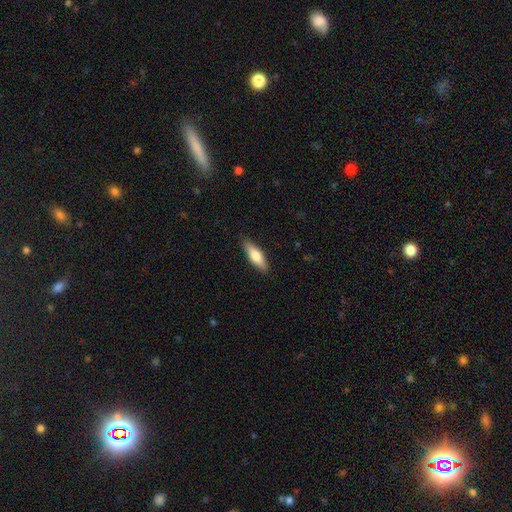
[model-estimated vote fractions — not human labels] The model was most divided on "how rounded": cigar-shaped: 52%, in between: 46%, round: 2%. More confident: merging — none (88%); smooth or featured — smooth (70%).